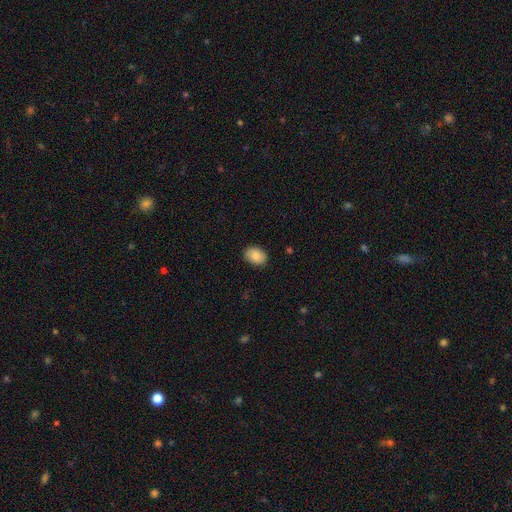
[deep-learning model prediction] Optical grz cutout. It shows a smooth galaxy with no disk features (86%) that is in between round and cigar-shaped (73%). Merging: none (88%).